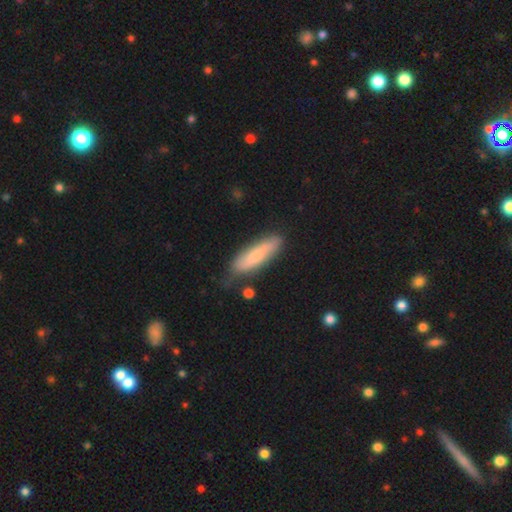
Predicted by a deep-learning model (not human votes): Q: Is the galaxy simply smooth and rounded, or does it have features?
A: smooth — 68%.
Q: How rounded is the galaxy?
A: cigar-shaped — 63%.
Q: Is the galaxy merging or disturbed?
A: none — 70%.